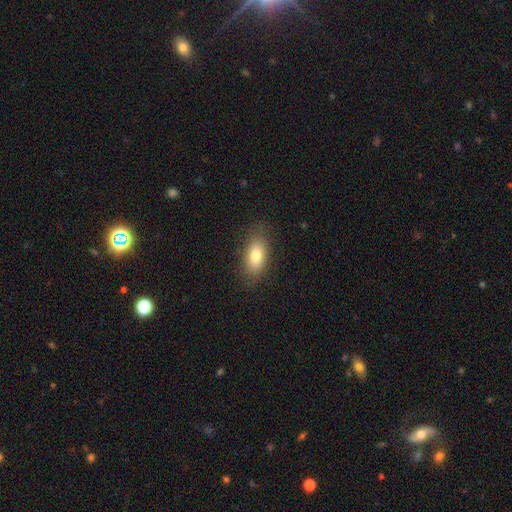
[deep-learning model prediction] smooth-or-featured: smooth: 78% | featured or disk: 13% | star or artifact: 8%
  how-rounded: in between: 87% | cigar-shaped: 7% | round: 6%
  merging: none: 84% | minor disturbance: 11% | major disturbance: 3% | merger: 1%